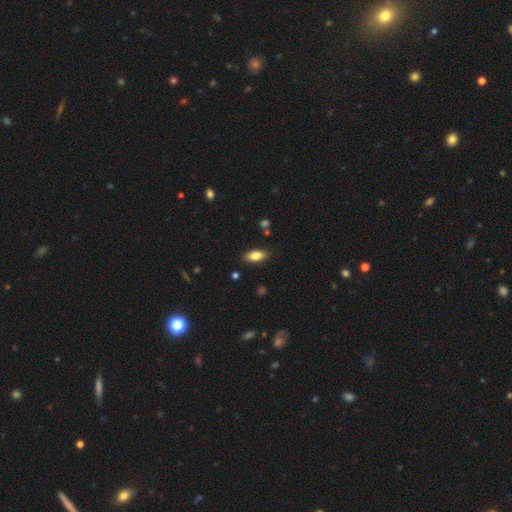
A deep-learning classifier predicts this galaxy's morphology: Smooth or featured: smooth — 80% (featured or disk — 12%)
How rounded: in between — 87% (cigar-shaped — 9%)
Merging: none — 86% (minor disturbance — 11%)